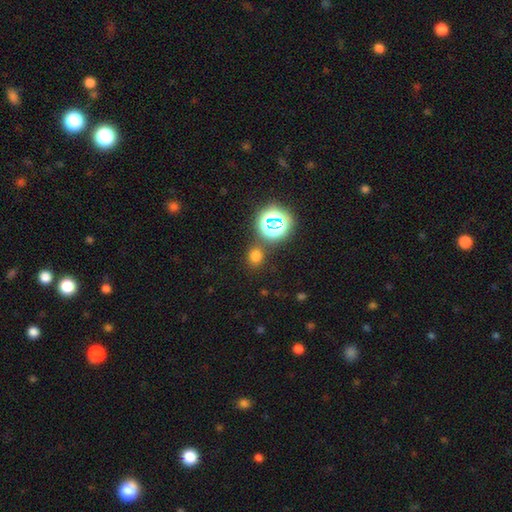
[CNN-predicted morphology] Smooth or featured: smooth — 66% (star or artifact — 28%)
How rounded: round — 75% (in between — 24%)
Merging: none — 80% (minor disturbance — 9%)